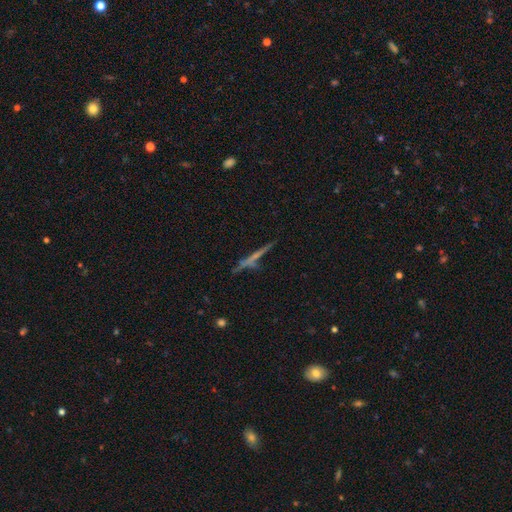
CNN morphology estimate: featured or disk 55%, smooth 33%, star or artifact 12%. Down the decision tree: edge-on disk — yes (93%); edge-on bulge — none (74%); merging — none (75%).